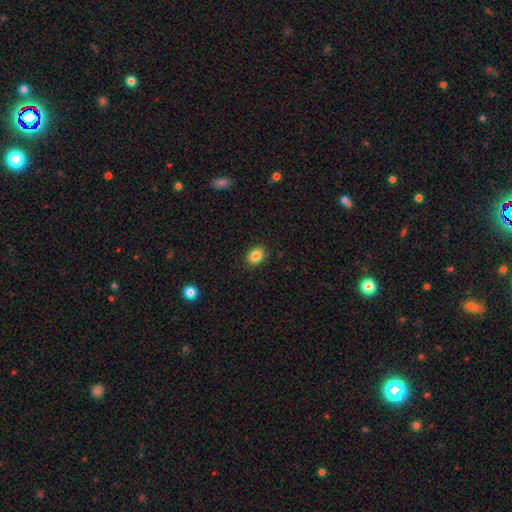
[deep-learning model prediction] Q: Smooth or featured?
A: smooth (86%); runner-up: star or artifact (9%)
Q: How rounded?
A: in between (61%); runner-up: round (38%)
Q: Merging?
A: none (88%); runner-up: minor disturbance (9%)